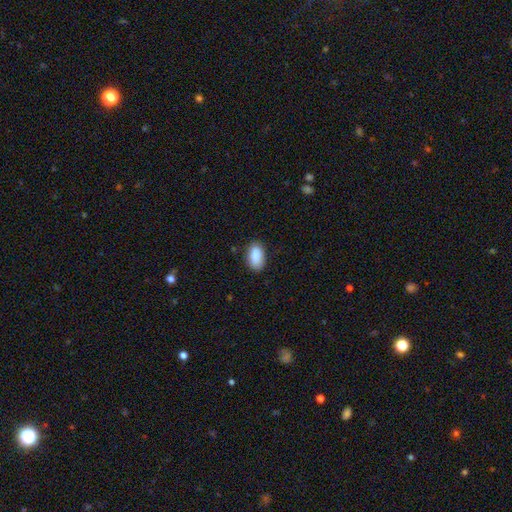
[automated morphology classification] Smooth or featured: smooth — 90% (star or artifact — 7%)
How rounded: in between — 93% (round — 4%)
Merging: none — 82% (minor disturbance — 14%)